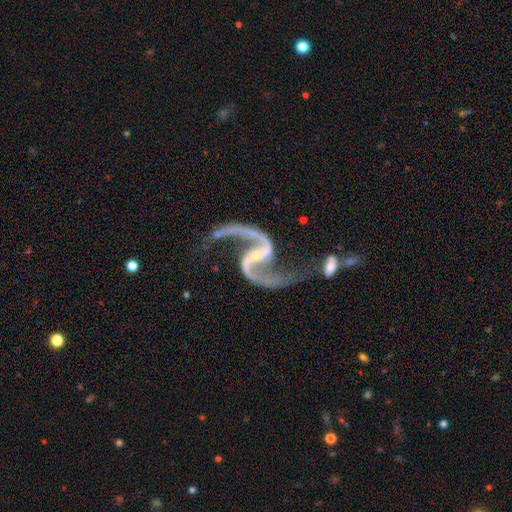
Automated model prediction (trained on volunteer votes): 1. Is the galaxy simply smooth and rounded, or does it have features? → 94% featured or disk, 4% star or artifact, 2% smooth.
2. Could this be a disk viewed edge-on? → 98% no, 2% yes.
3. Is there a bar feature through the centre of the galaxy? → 35% strong, 34% weak, 31% no.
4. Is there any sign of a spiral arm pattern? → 98% yes, 2% no.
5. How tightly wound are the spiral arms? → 67% loose, 27% medium, 6% tight.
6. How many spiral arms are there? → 95% 2, 1% 1, 1% can't tell, 1% 3, 1% 4, 1% more than 4.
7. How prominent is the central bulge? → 80% small, 14% moderate, 4% none, 1% large, 1% dominant.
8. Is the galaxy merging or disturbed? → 55% none, 19% minor disturbance, 14% major disturbance, 12% merger.